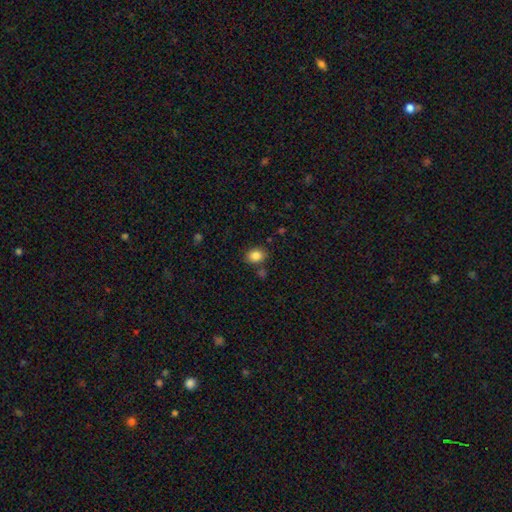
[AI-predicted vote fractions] Overall: smooth (85%). How rounded: in between (53%; round 46%). Merging: none (80%).